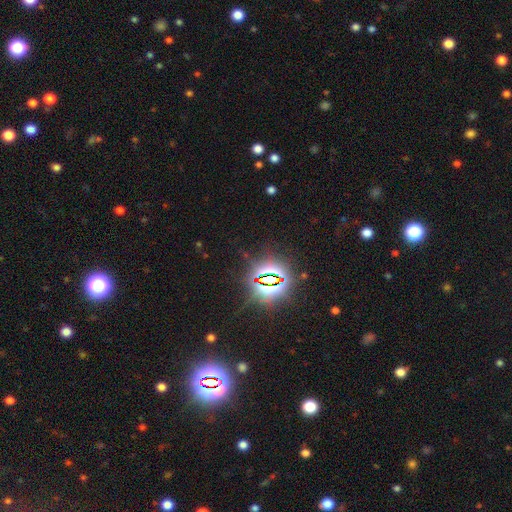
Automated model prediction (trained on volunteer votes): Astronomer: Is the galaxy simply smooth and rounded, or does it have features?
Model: star or artifact — 84%.